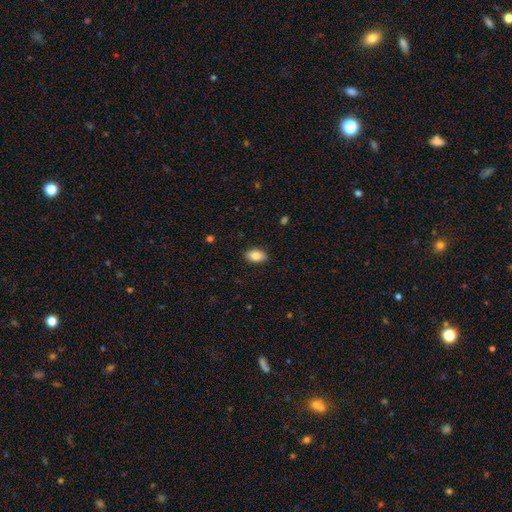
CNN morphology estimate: The model was most divided on "smooth or featured": smooth: 86%, star or artifact: 8%, featured or disk: 6%. More confident: how rounded — in between (92%); merging — none (88%).